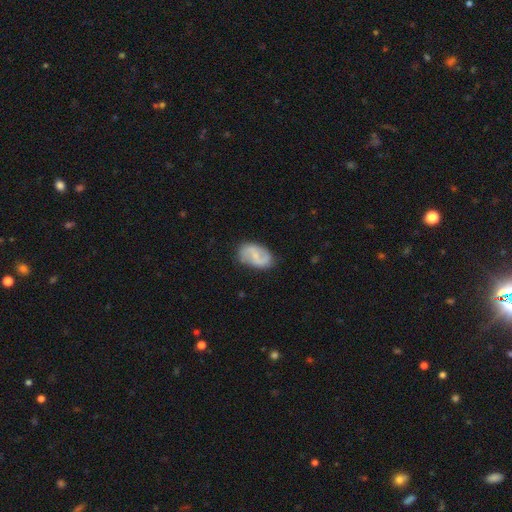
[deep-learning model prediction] Smooth or featured: featured or disk — 67% (smooth — 27%)
Edge-on disk: no — 97% (yes — 3%)
Bar: weak — 52% (no — 28%)
Spiral arms: yes — 87% (no — 13%)
Spiral winding: loose — 47% (medium — 38%)
Spiral arm count: 2 — 87% (can't tell — 7%)
Bulge size: small — 57% (moderate — 21%)
Merging: none — 77% (minor disturbance — 17%)